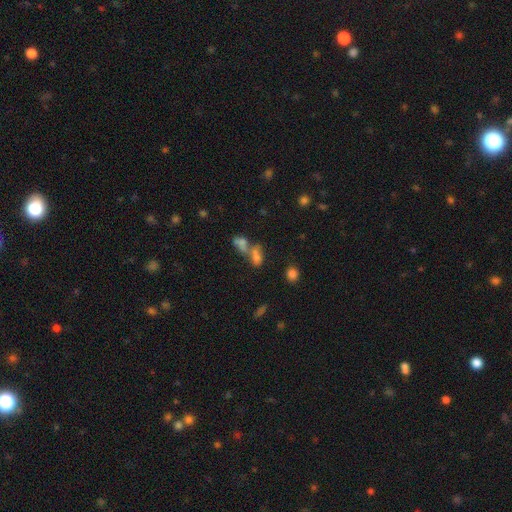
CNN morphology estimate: Smooth or featured?
  - smooth: 61% *
  - star or artifact: 20%
  - featured or disk: 19%
How rounded?
  - in between: 73% *
  - round: 19%
  - cigar-shaped: 9%
Merging?
  - merger: 58% *
  - none: 27%
  - minor disturbance: 8%
  - major disturbance: 7%